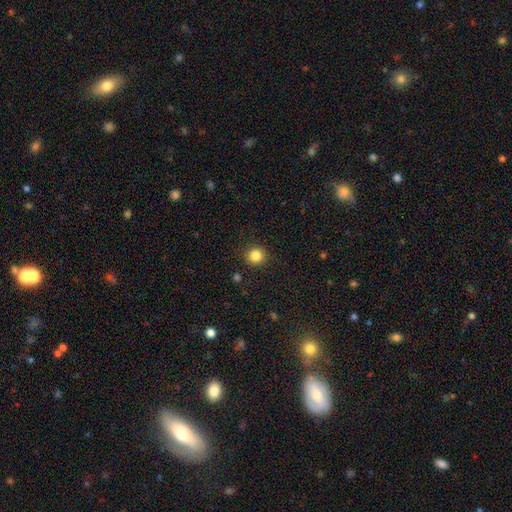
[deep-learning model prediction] A smooth galaxy with no disk features (84%) that is round (92%). Merging: none (90%).